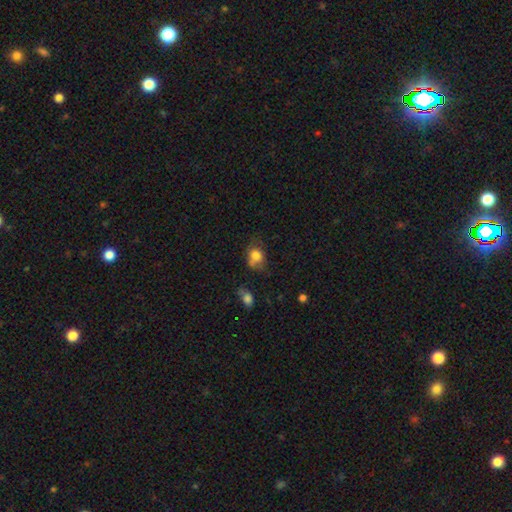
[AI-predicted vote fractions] smooth_or_featured: smooth (p=0.76) [alt: featured or disk p=0.13]
how_rounded: in between (p=0.51) [alt: round p=0.48]
merging: none (p=0.42) [alt: minor disturbance p=0.31]